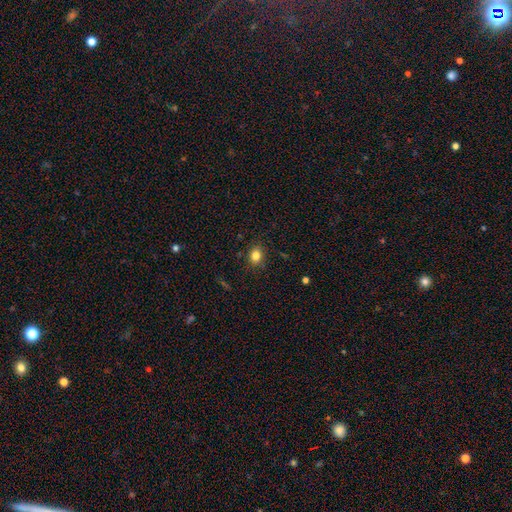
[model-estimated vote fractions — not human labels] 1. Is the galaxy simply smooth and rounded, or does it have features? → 82% smooth, 12% star or artifact, 6% featured or disk.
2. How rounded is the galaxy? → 56% round, 43% in between, 1% cigar-shaped.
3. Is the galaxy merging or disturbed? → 86% none, 10% minor disturbance, 3% major disturbance, 1% merger.